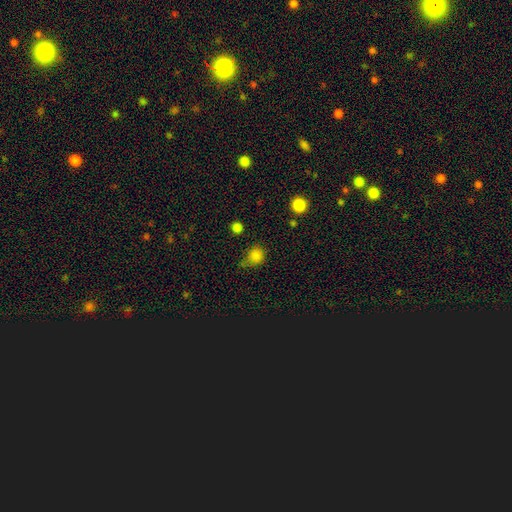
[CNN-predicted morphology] Smooth or featured: smooth — 81% (star or artifact — 14%)
How rounded: round — 80% (in between — 19%)
Merging: none — 58% (minor disturbance — 28%)